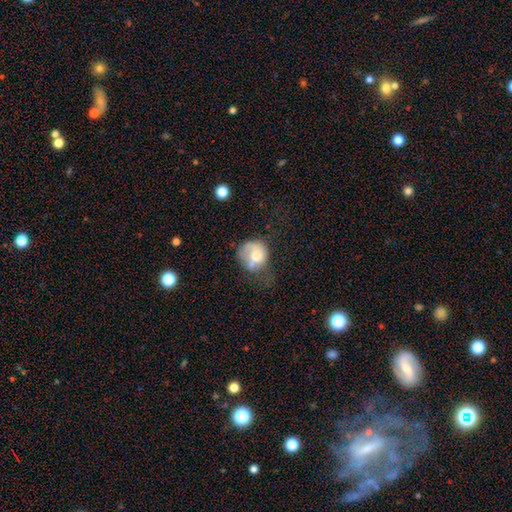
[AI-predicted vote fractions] Q: Smooth or featured?
A: smooth (65%); runner-up: featured or disk (26%)
Q: How rounded?
A: round (71%); runner-up: in between (28%)
Q: Merging?
A: none (29%); tied with: minor disturbance (29%); major disturbance (29%)